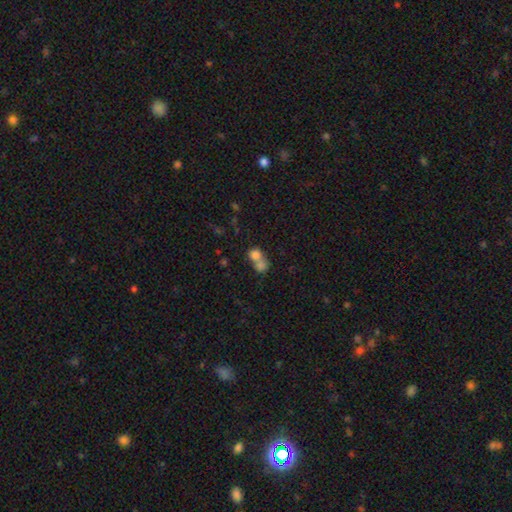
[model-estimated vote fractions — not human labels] smooth 75%, featured or disk 13%, star or artifact 12%. Down the decision tree: how rounded — round (68%); merging — merger (66%).